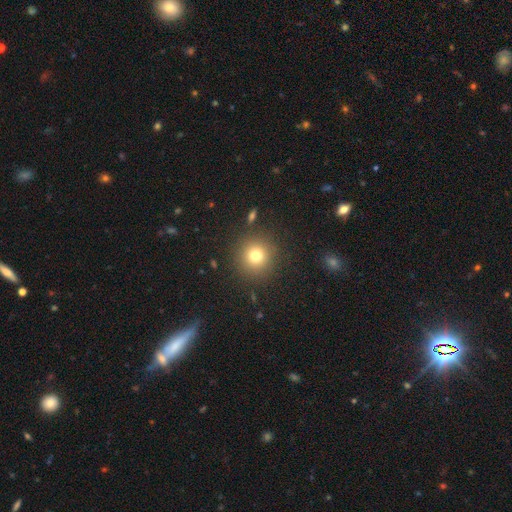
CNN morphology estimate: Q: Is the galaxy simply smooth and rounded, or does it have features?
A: smooth — 76%.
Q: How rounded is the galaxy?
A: round — 94%.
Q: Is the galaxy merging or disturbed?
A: none — 89%.